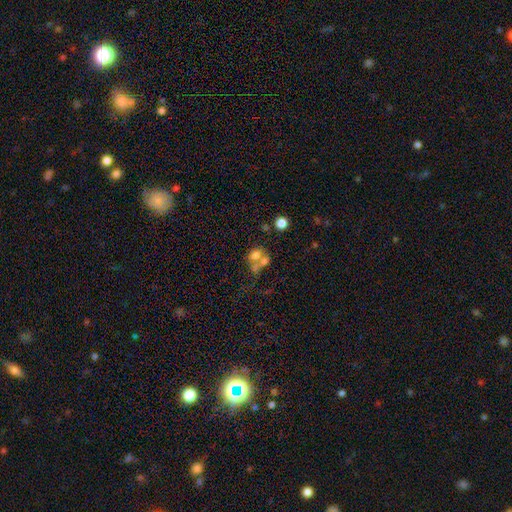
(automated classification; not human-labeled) Smooth or featured: smooth — 62% (featured or disk — 23%)
How rounded: in between — 57% (round — 41%)
Merging: merger — 56% (none — 25%)